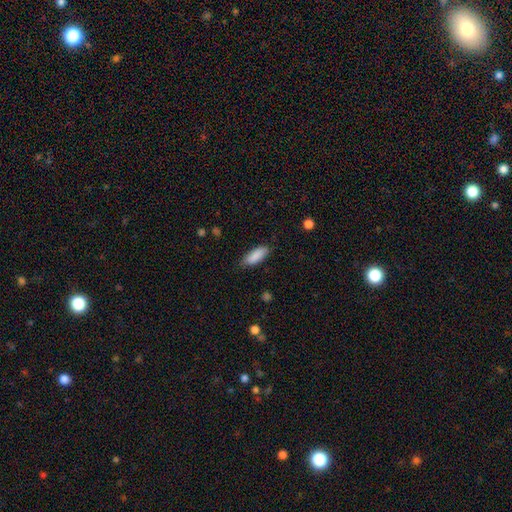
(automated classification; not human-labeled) smooth 88%, star or artifact 6%, featured or disk 5%. Down the decision tree: how rounded — in between (70%); merging — none (82%).